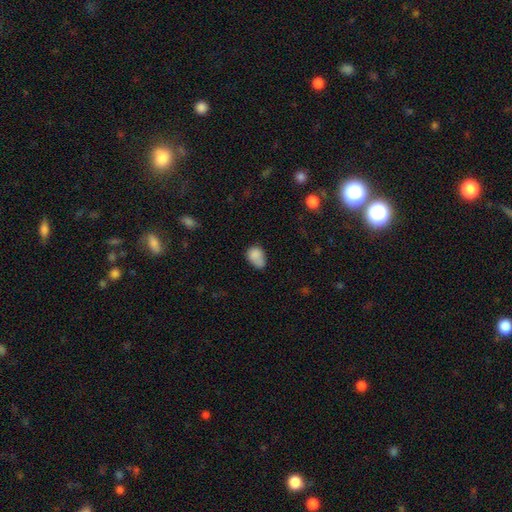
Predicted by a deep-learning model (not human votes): Q: Smooth or featured?
A: smooth (82%); runner-up: star or artifact (10%)
Q: How rounded?
A: in between (72%); runner-up: round (27%)
Q: Merging?
A: none (43%); runner-up: minor disturbance (34%)